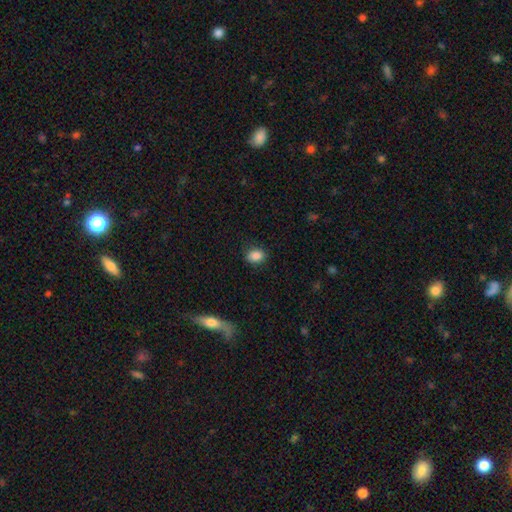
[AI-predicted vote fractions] The model was most divided on "how rounded": in between: 60%, round: 39%, cigar-shaped: 1%. More confident: smooth or featured — smooth (87%); merging — none (86%).